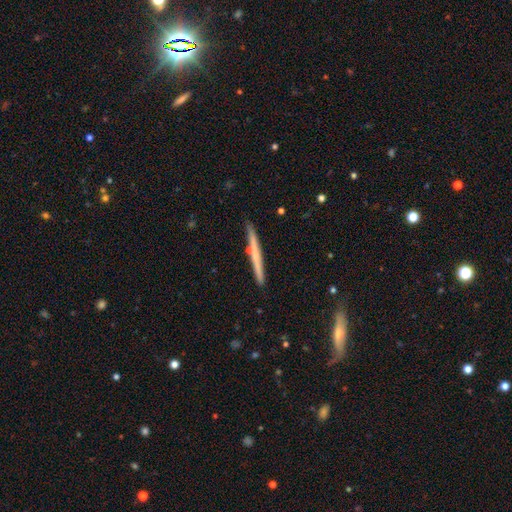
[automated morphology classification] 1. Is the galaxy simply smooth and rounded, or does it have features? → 47% featured or disk (tied), 47% smooth (tied), 6% star or artifact.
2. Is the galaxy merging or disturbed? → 86% none, 10% minor disturbance, 3% merger, 2% major disturbance.